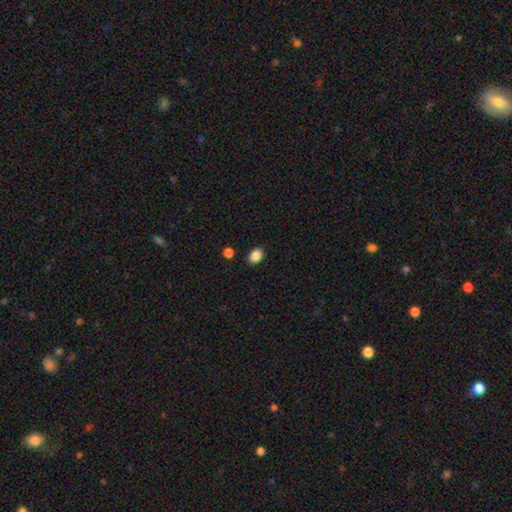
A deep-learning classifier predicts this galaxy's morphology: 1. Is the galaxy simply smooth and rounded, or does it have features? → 88% smooth, 9% star or artifact, 3% featured or disk.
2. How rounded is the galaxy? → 75% in between, 24% round, 1% cigar-shaped.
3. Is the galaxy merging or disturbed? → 87% none, 8% minor disturbance, 3% merger, 2% major disturbance.